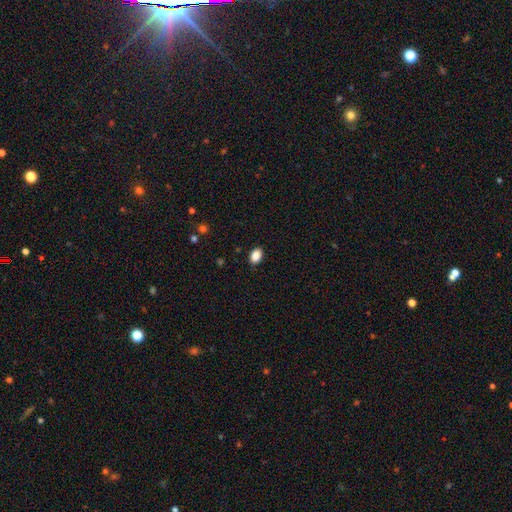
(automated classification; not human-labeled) This appears to be a smooth galaxy with no disk features (88%) that is in between round and cigar-shaped (83%). Merging: none (88%).